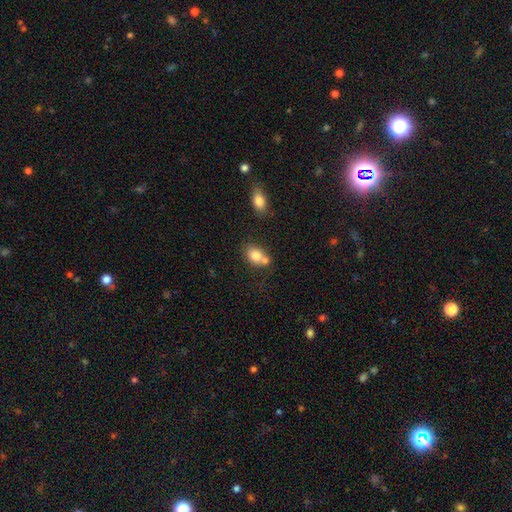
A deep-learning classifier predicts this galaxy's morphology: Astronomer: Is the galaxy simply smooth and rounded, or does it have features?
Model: smooth — 79%.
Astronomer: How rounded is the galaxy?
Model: in between — 61% (runner-up: round, 38%).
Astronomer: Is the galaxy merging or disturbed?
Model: none — 45% (runner-up: merger, 39%).